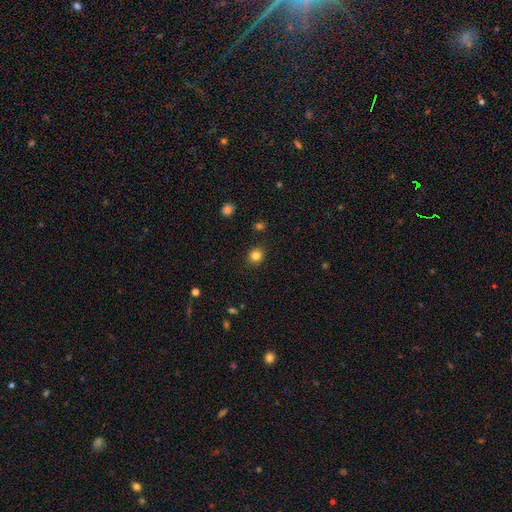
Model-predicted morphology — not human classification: This appears to be a smooth galaxy with no disk features (83%) that is round (84%). Merging: none (90%).